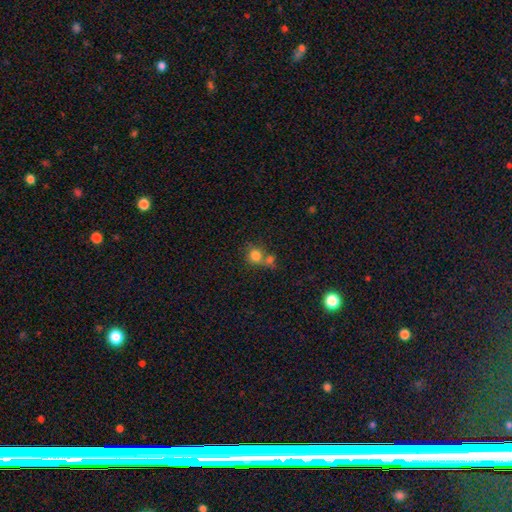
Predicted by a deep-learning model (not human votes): smooth-or-featured: smooth: 78% | star or artifact: 12% | featured or disk: 10%
  how-rounded: round: 79% | in between: 20% | cigar-shaped: 1%
  merging: merger: 45% | none: 39% | minor disturbance: 10% | major disturbance: 6%